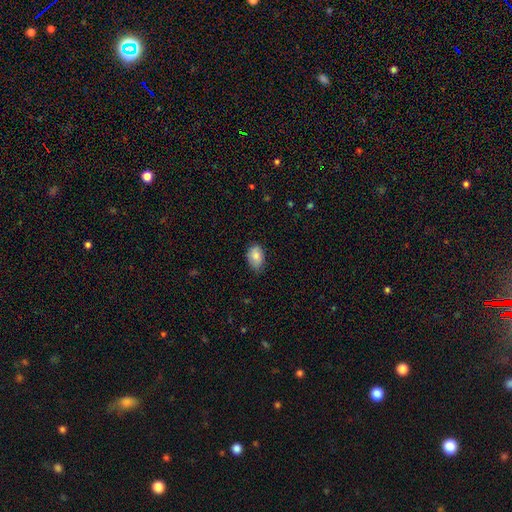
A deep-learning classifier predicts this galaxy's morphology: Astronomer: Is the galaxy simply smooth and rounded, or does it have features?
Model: smooth — 84%.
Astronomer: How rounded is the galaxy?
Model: in between — 88%.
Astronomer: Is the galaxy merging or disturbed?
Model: none — 71%.